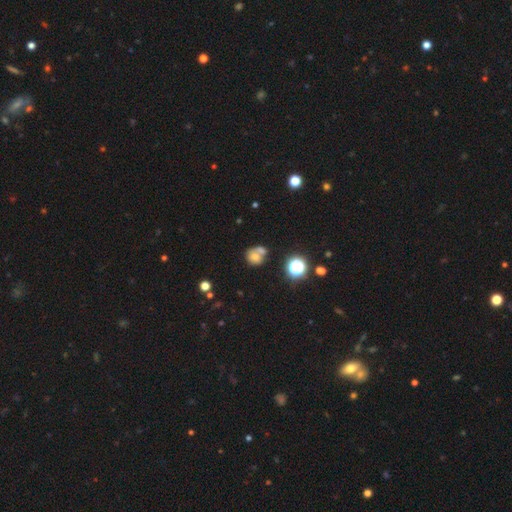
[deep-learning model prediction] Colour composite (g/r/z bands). It shows a smooth galaxy with no disk features (63%) that is round (68%). Merging: merger (50%).